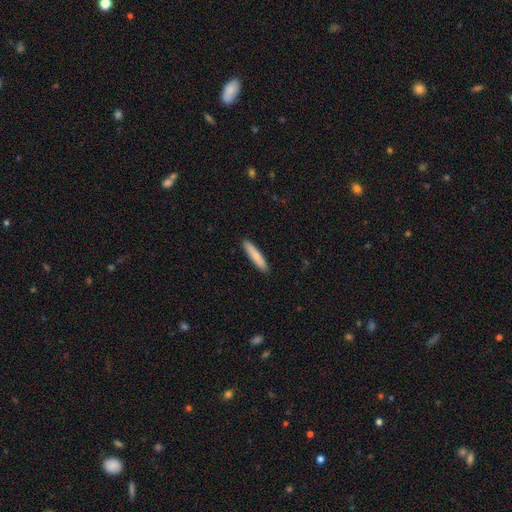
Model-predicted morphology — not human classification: type=smooth (82%); roundness=cigar-shaped (89%); merging=none (91%).